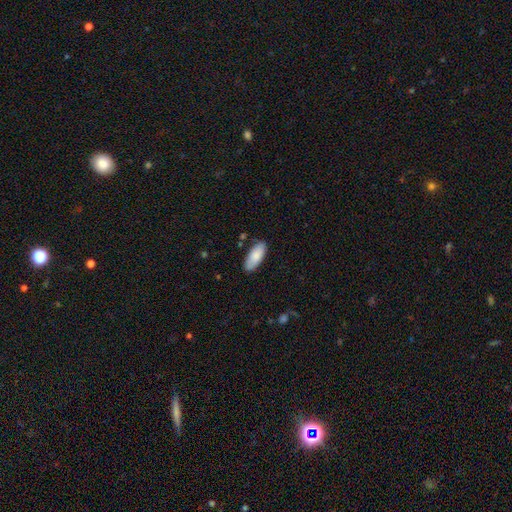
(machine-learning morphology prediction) Smooth or featured?
  - smooth: 85% *
  - featured or disk: 9%
  - star or artifact: 6%
How rounded?
  - in between: 83% *
  - cigar-shaped: 15%
  - round: 2%
Merging?
  - none: 83% *
  - minor disturbance: 12%
  - major disturbance: 2%
  - merger: 2%